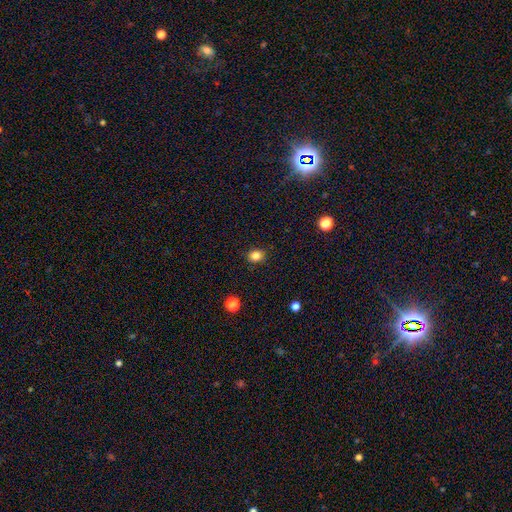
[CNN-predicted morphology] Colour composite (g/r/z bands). It shows a smooth galaxy with no disk features (83%) that is round (67%). Merging: none (88%).